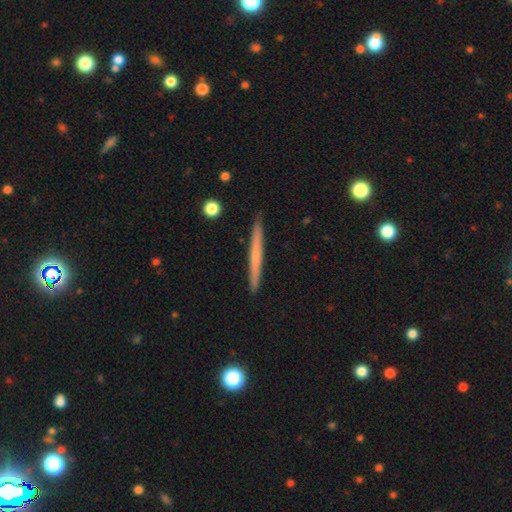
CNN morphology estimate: This is possibly a smooth galaxy (49%). Merging: clearly none (92%).